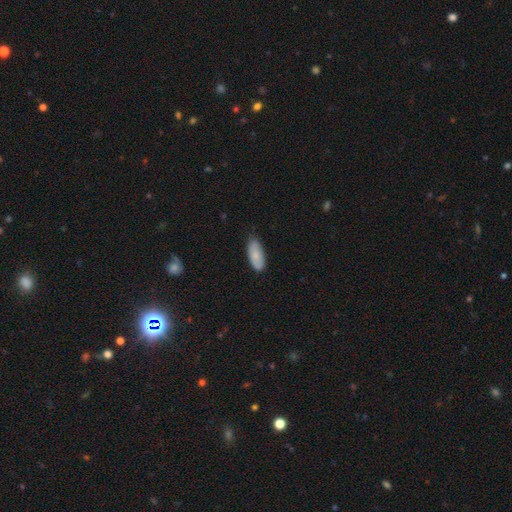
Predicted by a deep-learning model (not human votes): smooth_or_featured: smooth (p=0.81) [alt: featured or disk p=0.13]
how_rounded: in between (p=0.86) [alt: cigar-shaped p=0.12]
merging: none (p=0.74) [alt: minor disturbance p=0.22]